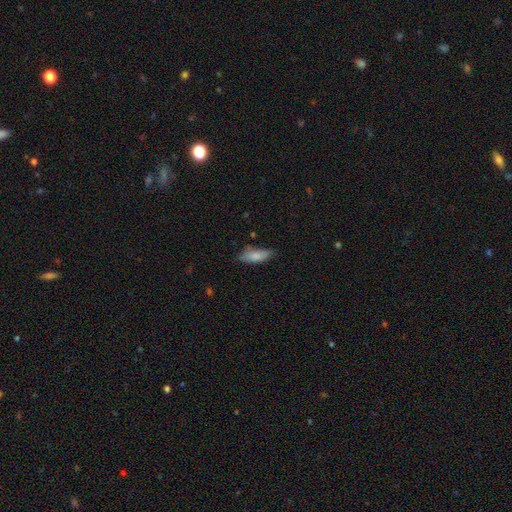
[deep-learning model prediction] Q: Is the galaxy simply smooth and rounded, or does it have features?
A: smooth — 82%.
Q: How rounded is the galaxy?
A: in between — 71%.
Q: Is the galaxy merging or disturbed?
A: none — 68%.